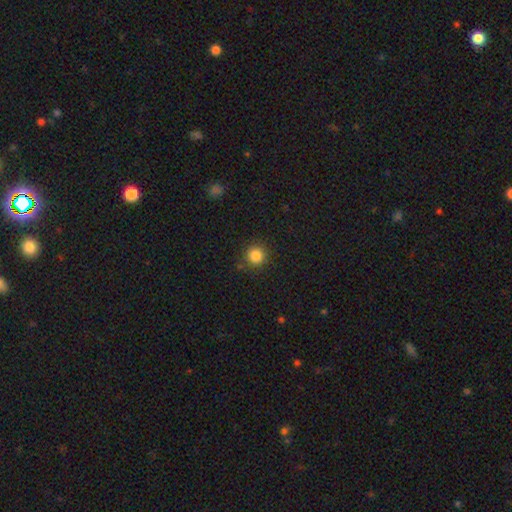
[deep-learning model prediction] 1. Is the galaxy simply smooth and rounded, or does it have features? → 84% smooth, 11% star or artifact, 4% featured or disk.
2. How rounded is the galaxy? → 93% round, 6% in between, 1% cigar-shaped.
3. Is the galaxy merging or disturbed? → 87% none, 9% minor disturbance, 3% major disturbance, 2% merger.